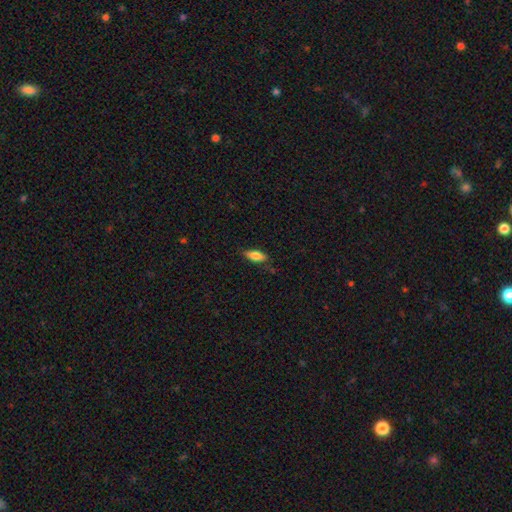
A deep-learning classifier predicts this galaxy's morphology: This appears to be a smooth galaxy with no disk features (75%) that is in between round and cigar-shaped (72%). Merging: none (76%).